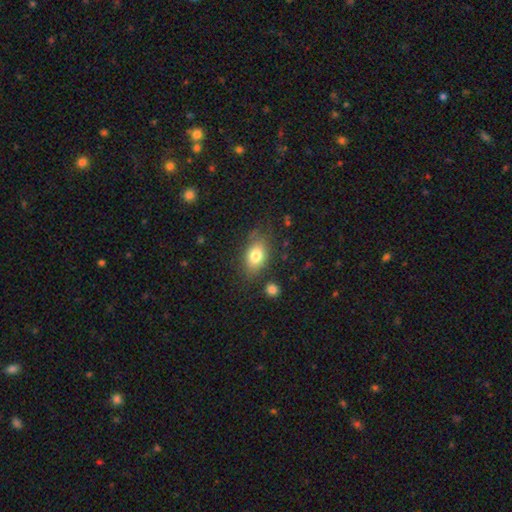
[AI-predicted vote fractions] This is likely a smooth galaxy (78%). How rounded: clearly in between (84%). Merging: likely none (74%).